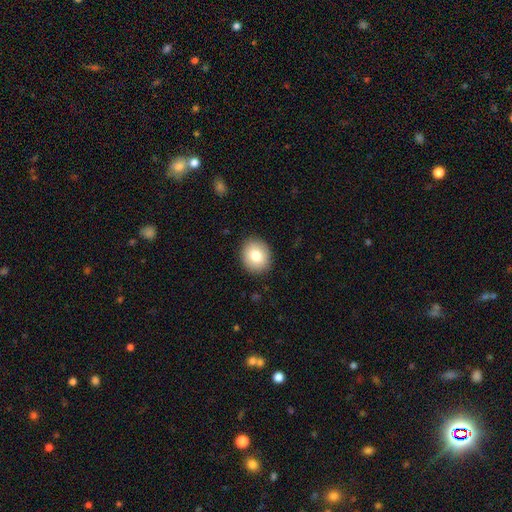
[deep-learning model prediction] This appears to be a smooth galaxy with no disk features (80%) that is round (73%). Merging: none (90%).